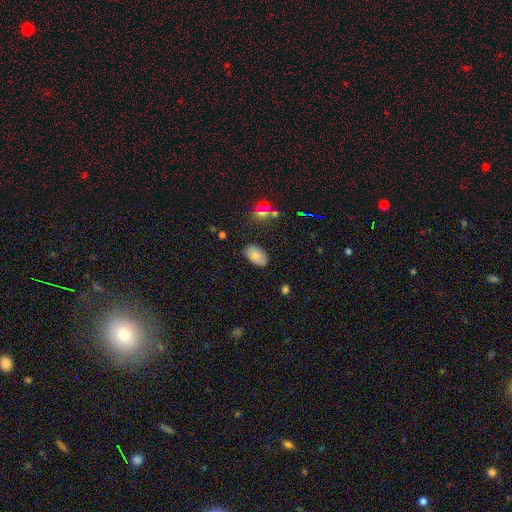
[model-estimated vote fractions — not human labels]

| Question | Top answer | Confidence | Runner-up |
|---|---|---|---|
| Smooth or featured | smooth | 76% | featured or disk (15%) |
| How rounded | in between | 93% | round (6%) |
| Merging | none | 82% | minor disturbance (13%) |